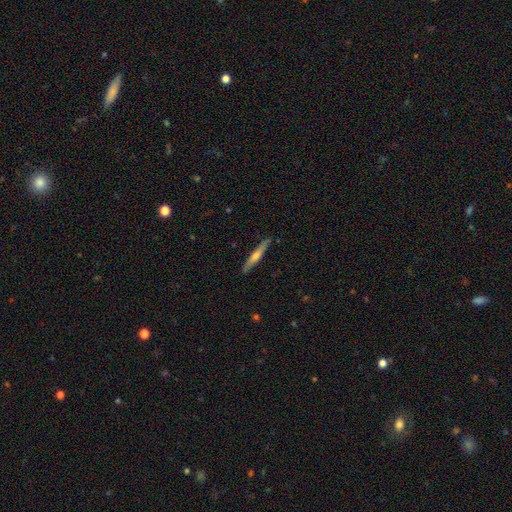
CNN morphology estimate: smooth_or_featured: featured or disk (p=0.60) [alt: smooth p=0.33]
disk_edge_on: yes (p=0.97) [alt: no p=0.03]
edge_on_bulge: rounded (p=0.81) [alt: none p=0.14]
merging: none (p=0.90) [alt: minor disturbance p=0.07]